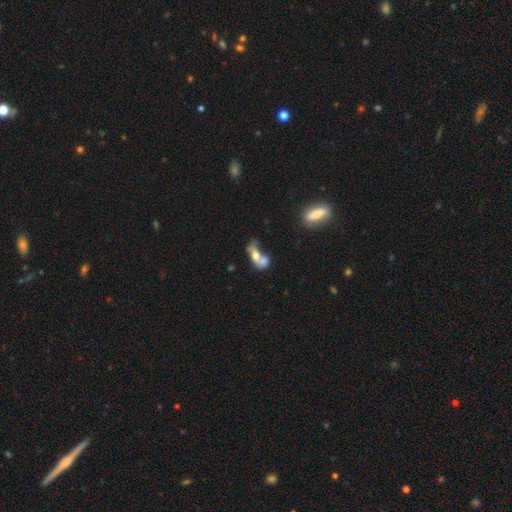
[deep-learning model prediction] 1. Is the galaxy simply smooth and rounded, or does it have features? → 58% smooth, 33% featured or disk, 9% star or artifact.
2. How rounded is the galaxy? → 73% in between, 15% round, 12% cigar-shaped.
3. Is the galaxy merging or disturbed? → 64% merger, 14% none, 14% major disturbance, 9% minor disturbance.